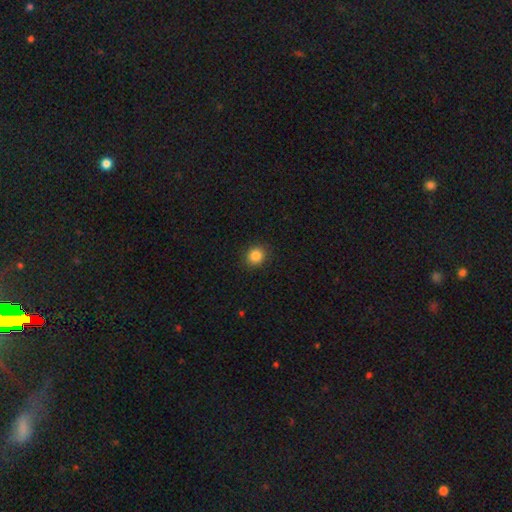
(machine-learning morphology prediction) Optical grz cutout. It shows a smooth galaxy with no disk features (85%) that is round (86%). Merging: none (91%).